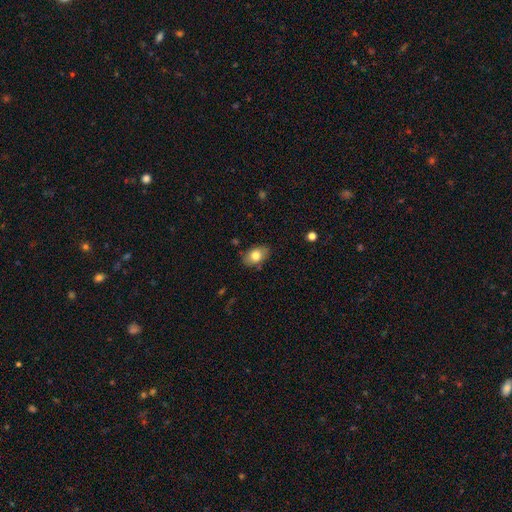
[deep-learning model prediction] This is likely a smooth galaxy (79%). How rounded: clearly in between (84%). Merging: clearly none (82%).